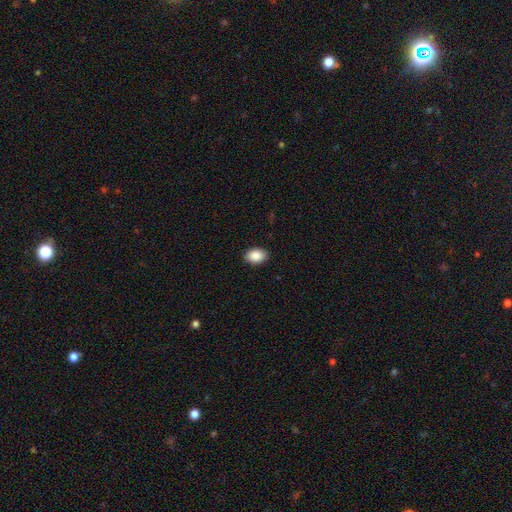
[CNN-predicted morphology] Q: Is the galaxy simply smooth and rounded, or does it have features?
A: smooth — 89%.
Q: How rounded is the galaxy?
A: in between — 84%.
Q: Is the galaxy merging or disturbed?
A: none — 90%.